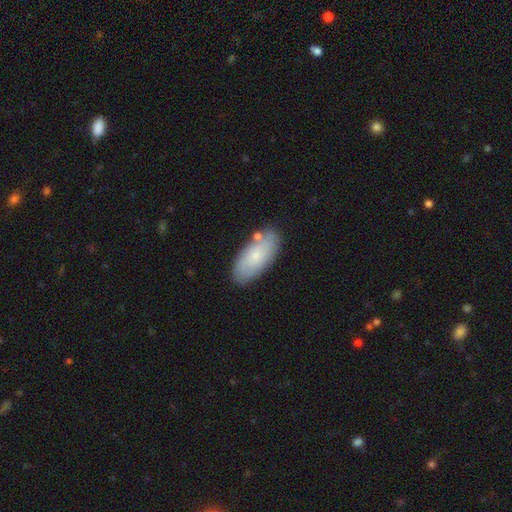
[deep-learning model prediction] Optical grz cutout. It shows a smooth galaxy with no disk features (66%) that is in between round and cigar-shaped (90%). Merging: none (77%).